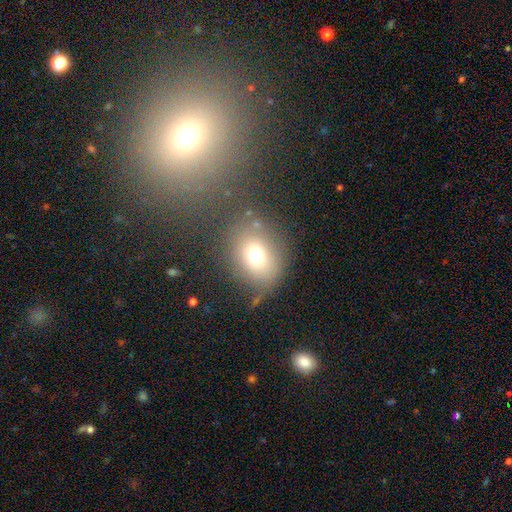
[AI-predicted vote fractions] This is likely a smooth galaxy (72%). How rounded: possibly round (54%). Merging: likely none (63%).